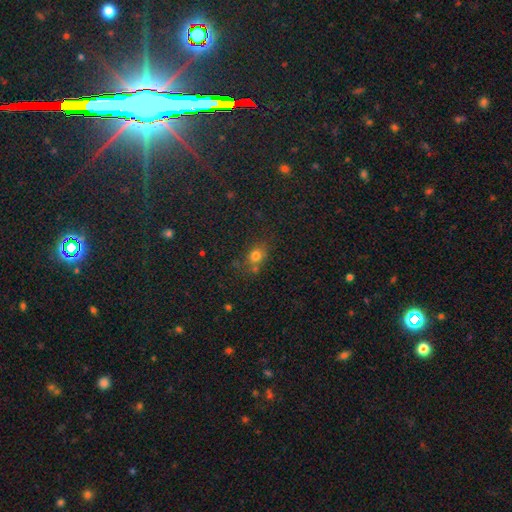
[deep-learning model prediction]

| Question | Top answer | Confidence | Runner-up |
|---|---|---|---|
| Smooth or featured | smooth | 74% | star or artifact (17%) |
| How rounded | round | 59% | in between (39%) |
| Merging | none | 58% | minor disturbance (19%) |